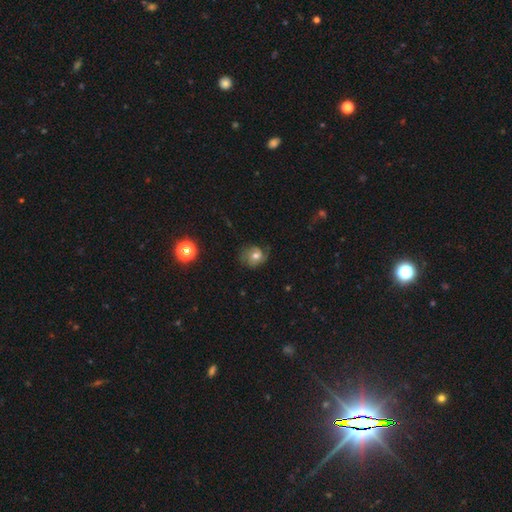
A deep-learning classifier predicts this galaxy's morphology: The model was most divided on "smooth or featured": featured or disk: 53%, smooth: 36%, star or artifact: 11%. More confident: edge-on disk — no (97%); spiral arms — yes (86%); bar — no (71%); bulge size — moderate (68%); merging — none (59%).